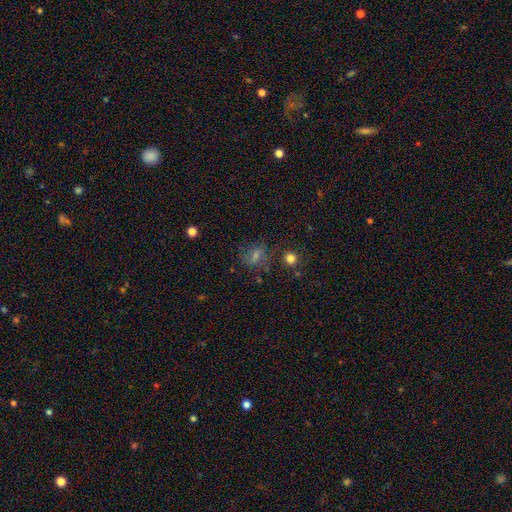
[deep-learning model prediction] Morphology: type=smooth (38%); merging=none (68%).